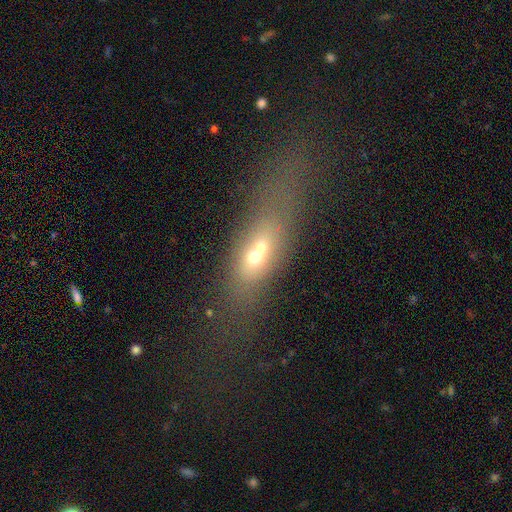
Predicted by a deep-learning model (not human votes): This appears to be a smooth galaxy with no disk features (48%). Merging: merger (56%).